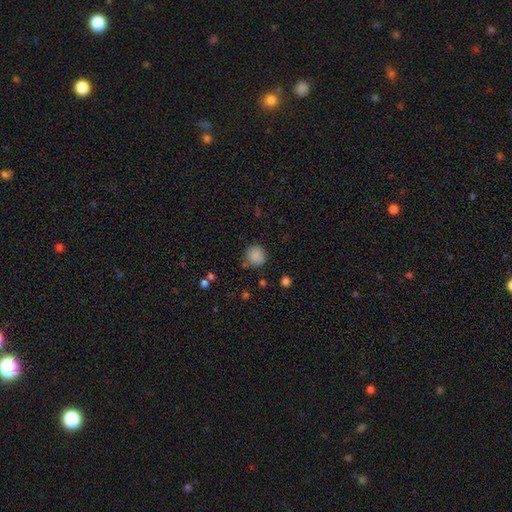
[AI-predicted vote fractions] The model was most divided on "merging": none: 79%, minor disturbance: 14%, major disturbance: 4%, merger: 3%. More confident: how rounded — round (89%); smooth or featured — smooth (86%).